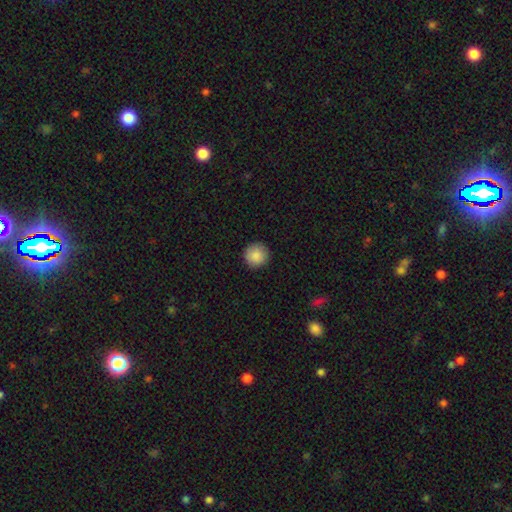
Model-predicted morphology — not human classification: Smooth or featured?
  - smooth: 88% *
  - star or artifact: 8%
  - featured or disk: 4%
How rounded?
  - round: 96% *
  - in between: 4%
  - cigar-shaped: 1%
Merging?
  - none: 91% *
  - minor disturbance: 6%
  - major disturbance: 2%
  - merger: 1%